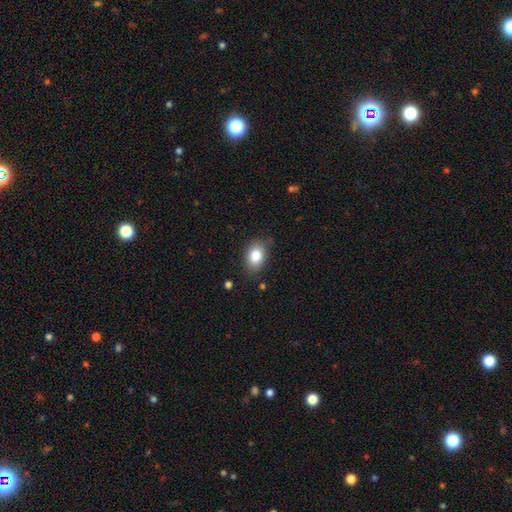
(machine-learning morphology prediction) Smooth or featured? smooth (83%)
How rounded? in between (81%)
Merging? none (81%)